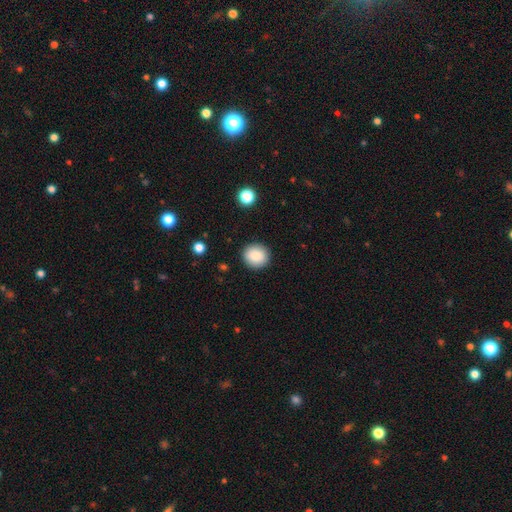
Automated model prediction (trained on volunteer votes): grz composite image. It shows a smooth galaxy with no disk features (86%) that is round (87%). Merging: none (90%).